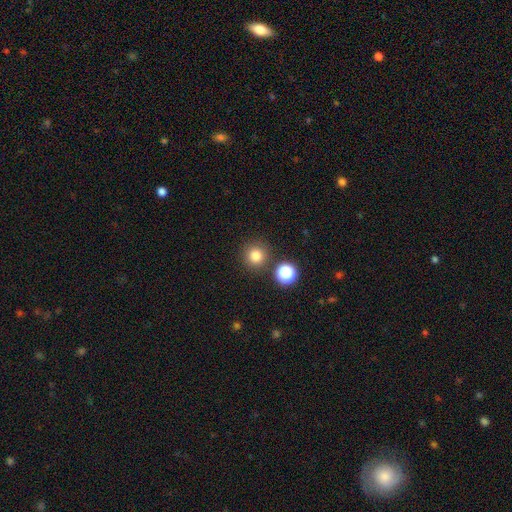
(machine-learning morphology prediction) A smooth galaxy with no disk features (80%) that is round (94%). Merging: none (85%).